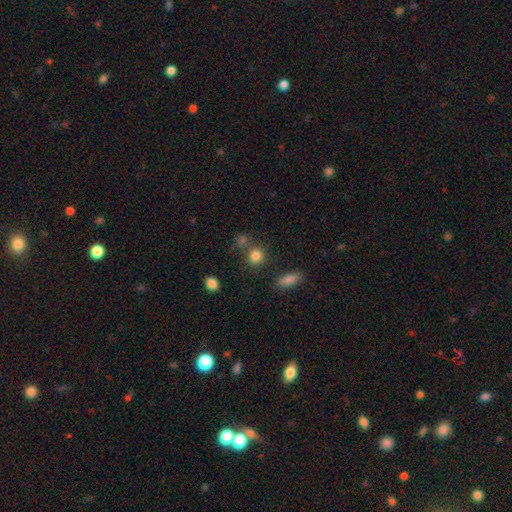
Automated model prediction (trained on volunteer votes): A smooth galaxy with no disk features (83%) that is round (83%). Merging: none (67%).